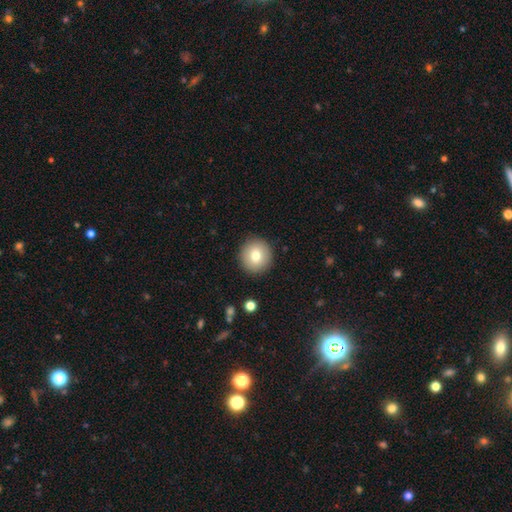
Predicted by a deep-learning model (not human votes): A smooth galaxy with no disk features (77%) that is round (93%). Merging: none (90%).